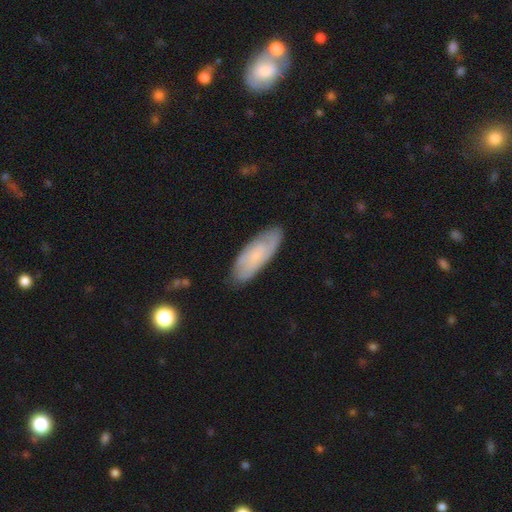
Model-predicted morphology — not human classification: A smooth galaxy with no disk features (57%) that is in between round and cigar-shaped (66%). Merging: none (82%).